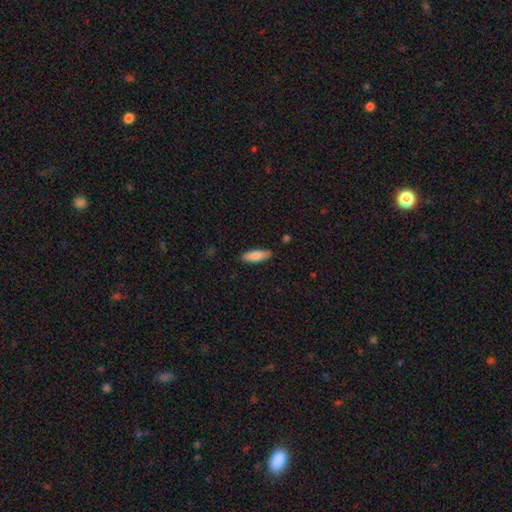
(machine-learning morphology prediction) Smooth or featured? Predicted: smooth (p=0.84). How rounded? Predicted: in between (p=0.58). Merging? Predicted: none (p=0.86).